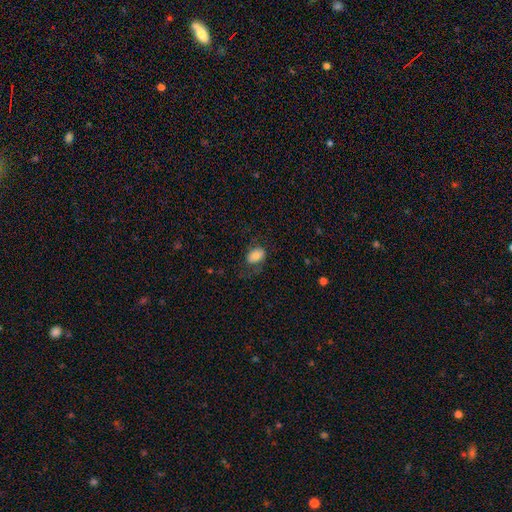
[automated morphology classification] This appears to be a smooth galaxy with no disk features (71%) that is in between round and cigar-shaped (83%). Merging: none (59%).